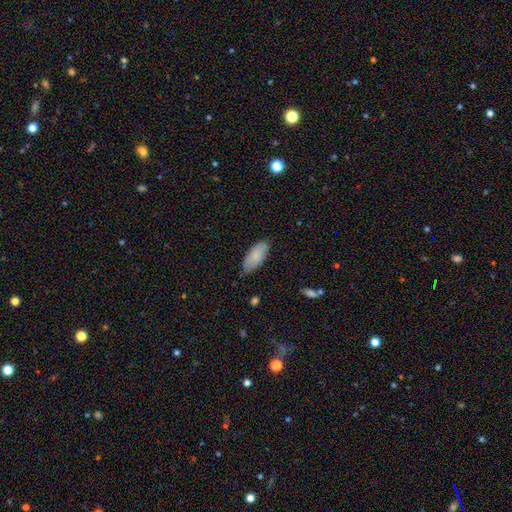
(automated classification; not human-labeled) Overall: smooth (83%). How rounded: in between (87%). Merging: none (73%).